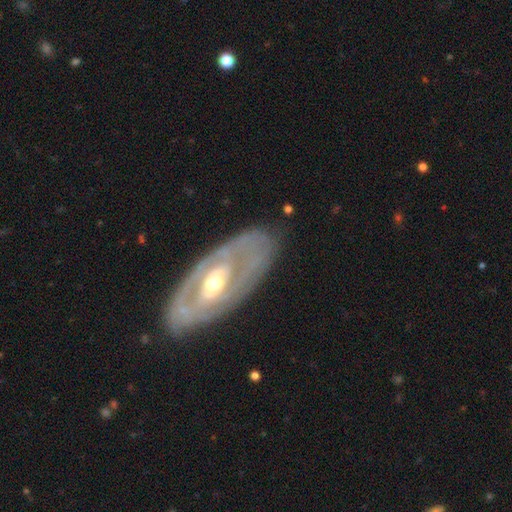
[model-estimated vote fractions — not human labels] featured or disk 79%, smooth 16%, star or artifact 5%. Down the decision tree: edge-on disk — no (87%); bar — no (54%); spiral arms — no (51%); bulge size — moderate (60%); merging — none (81%).